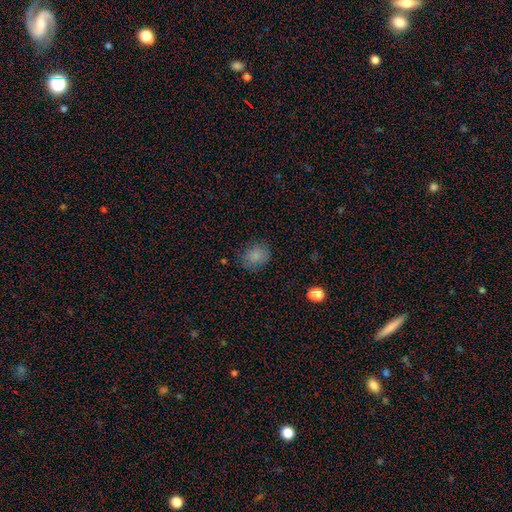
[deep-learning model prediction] Smooth or featured? Predicted: smooth (p=0.80). How rounded? Predicted: round (p=0.72). Merging? Predicted: none (p=0.79).